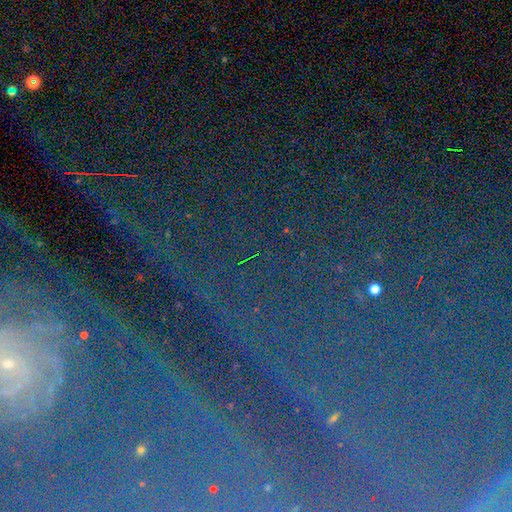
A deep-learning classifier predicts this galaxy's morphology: Smooth or featured: star or artifact — 85% (featured or disk — 8%)